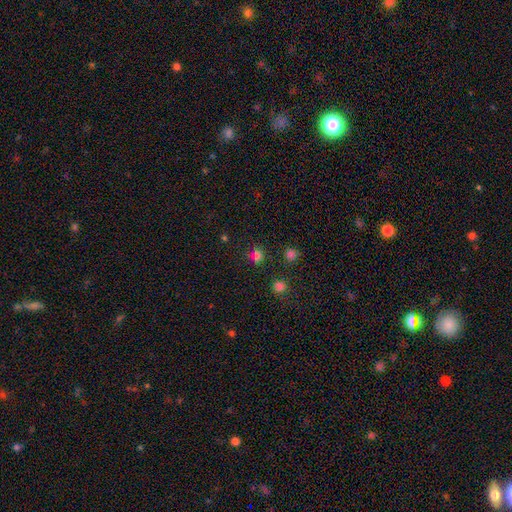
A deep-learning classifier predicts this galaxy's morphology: This appears to be a smooth galaxy with no disk features (72%) that is round (81%). Merging: none (79%).